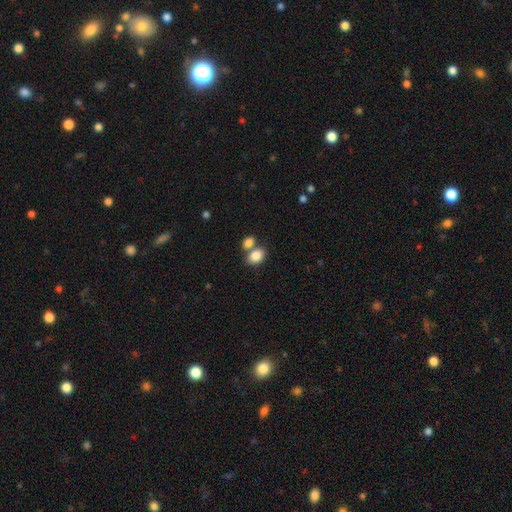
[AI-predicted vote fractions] Morphology: type=smooth (85%); roundness=in between (75%); merging=none (46%).